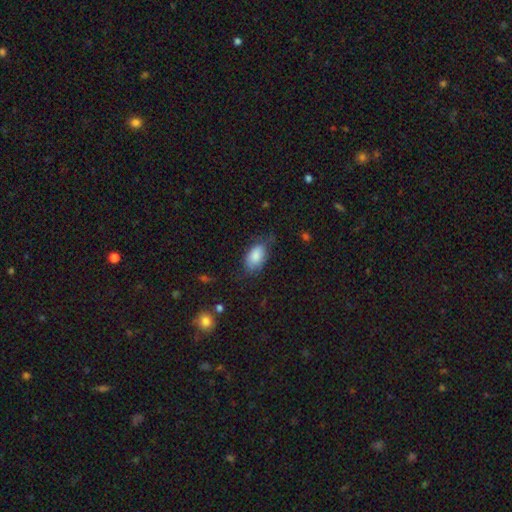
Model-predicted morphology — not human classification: This appears to be a smooth galaxy with no disk features (83%) that is in between round and cigar-shaped (92%). Merging: none (56%).